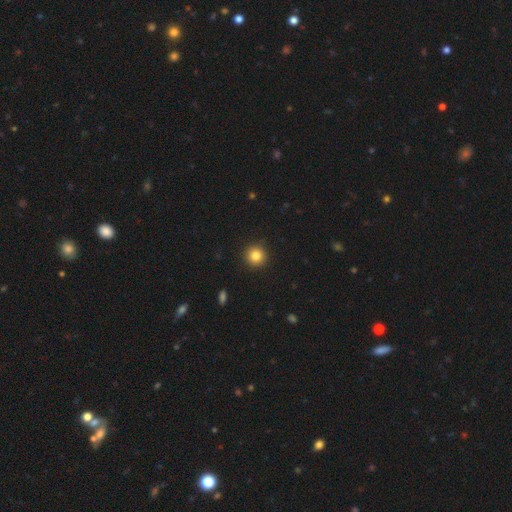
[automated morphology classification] The model was most divided on "smooth or featured": smooth: 84%, star or artifact: 11%, featured or disk: 5%. More confident: how rounded — round (95%); merging — none (92%).